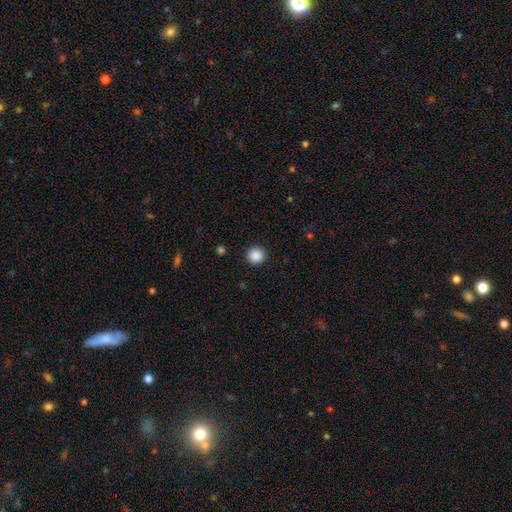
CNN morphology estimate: Q: Smooth or featured?
A: smooth (88%); runner-up: star or artifact (10%)
Q: How rounded?
A: round (95%); runner-up: in between (4%)
Q: Merging?
A: none (93%); runner-up: minor disturbance (5%)